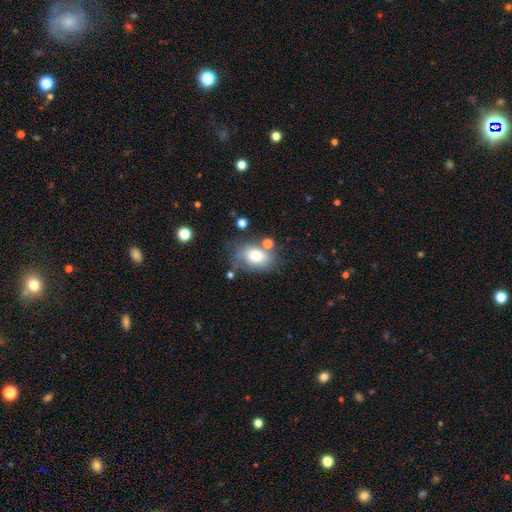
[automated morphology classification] smooth-or-featured: smooth: 75% | featured or disk: 16% | star or artifact: 9%
  how-rounded: in between: 76% | round: 23% | cigar-shaped: 1%
  merging: none: 58% | minor disturbance: 22% | merger: 11% | major disturbance: 9%